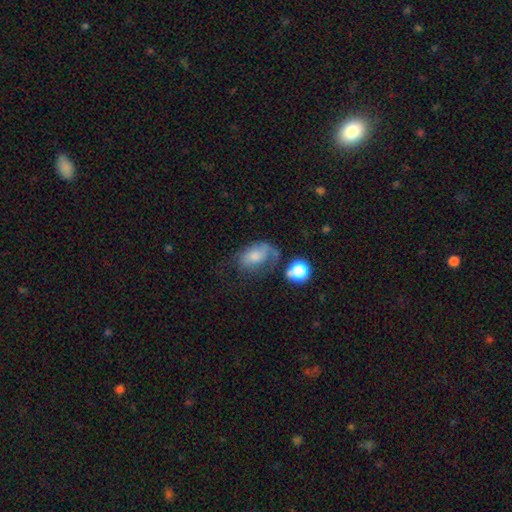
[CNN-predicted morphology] Smooth or featured: smooth — 62% (featured or disk — 27%)
How rounded: in between — 84% (round — 14%)
Merging: none — 33% (major disturbance — 30%)